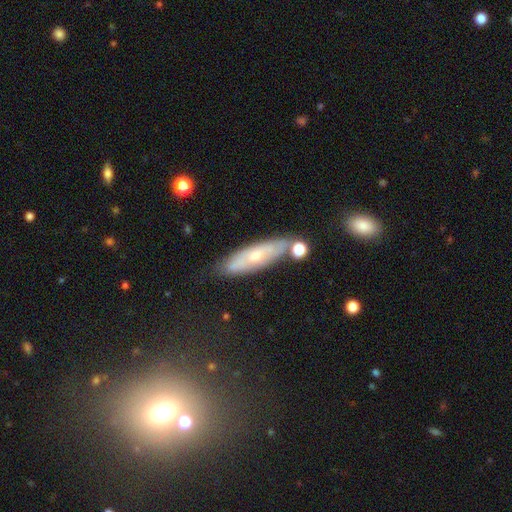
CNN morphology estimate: featured or disk 53%, smooth 40%, star or artifact 8%. Down the decision tree: edge-on disk — no (60%); merging — none (71%).